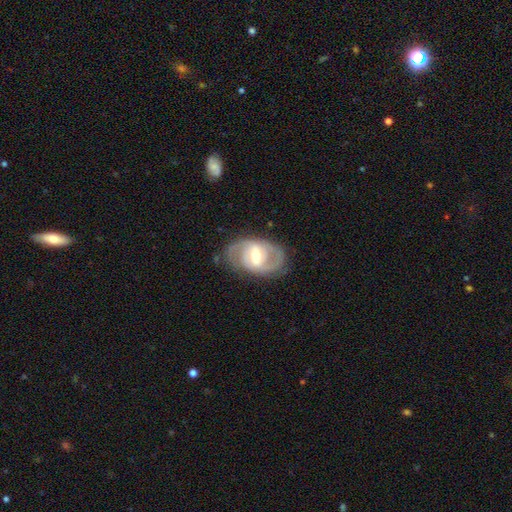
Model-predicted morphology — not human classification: A featured or disk galaxy (84%) with a weak bar (50%), 2 (74%) medium (46%) spiral arms (92%) and a moderate central bulge (62%). Merging: none (75%).